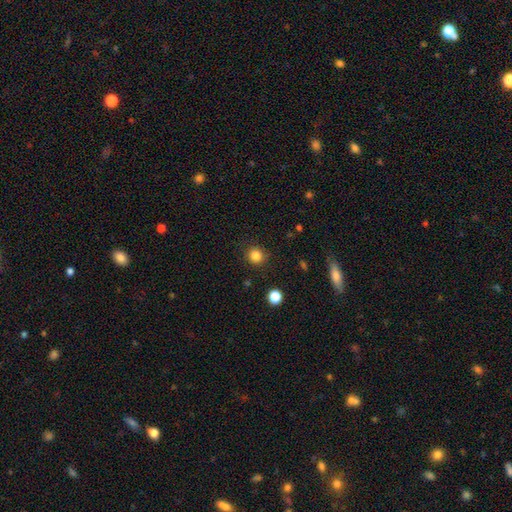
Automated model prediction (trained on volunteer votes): This is clearly a smooth galaxy (83%). How rounded: clearly round (93%). Merging: clearly none (89%).